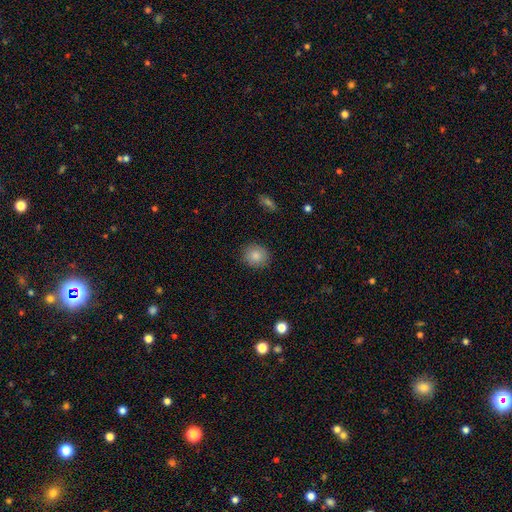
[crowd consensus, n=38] Smooth or featured: smooth — 87% (featured or disk — 8%)
How rounded: round — 70% (in between — 30%)
Merging: none — 97% (minor disturbance — 3%)